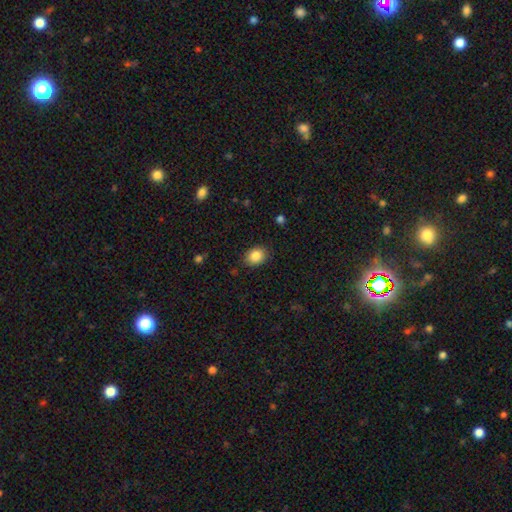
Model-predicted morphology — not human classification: Smooth or featured? Predicted: smooth (p=0.86). How rounded? Predicted: in between (p=0.62). Merging? Predicted: none (p=0.86).